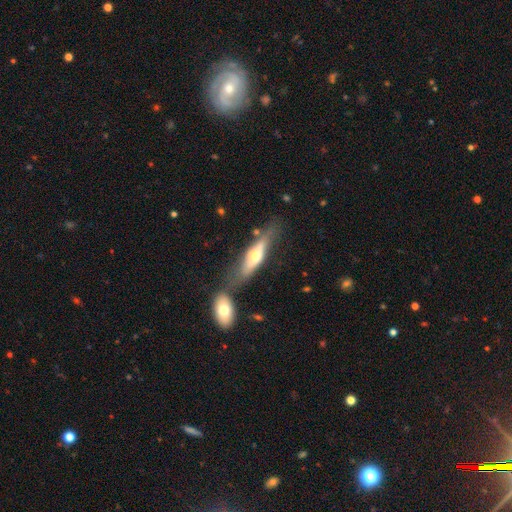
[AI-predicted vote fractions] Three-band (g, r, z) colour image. It shows a featured or disk galaxy (51%) viewed edge-on (77%). Merging: none (53%).